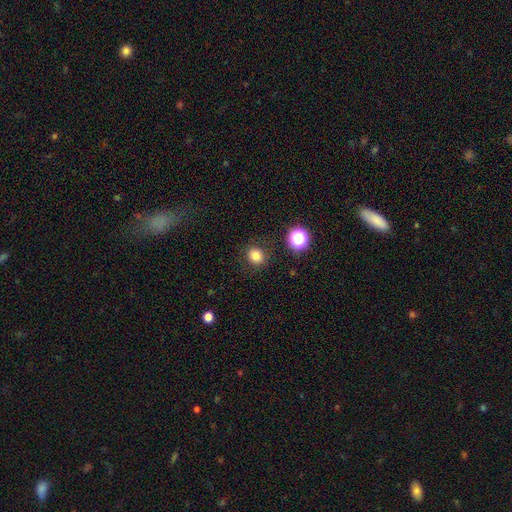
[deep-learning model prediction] Smooth or featured? smooth (80%)
How rounded? round (84%)
Merging? none (88%)